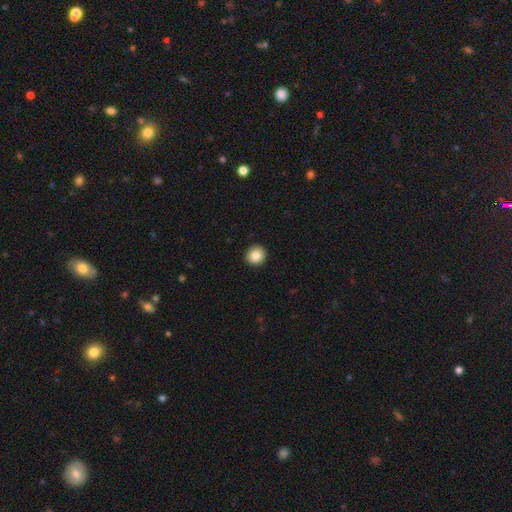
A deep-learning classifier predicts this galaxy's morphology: smooth-or-featured: smooth: 87% | star or artifact: 8% | featured or disk: 5%
  how-rounded: round: 91% | in between: 8% | cigar-shaped: 1%
  merging: none: 93% | minor disturbance: 5% | major disturbance: 1% | merger: 1%